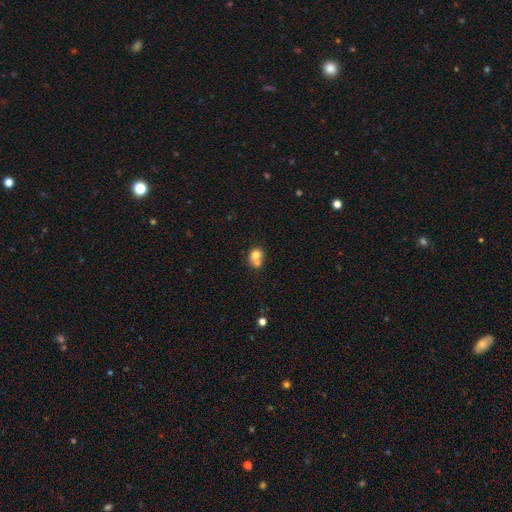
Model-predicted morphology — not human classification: smooth_or_featured: smooth (p=0.73) [alt: featured or disk p=0.17]
how_rounded: round (p=0.62) [alt: in between p=0.37]
merging: merger (p=0.59) [alt: none p=0.29]